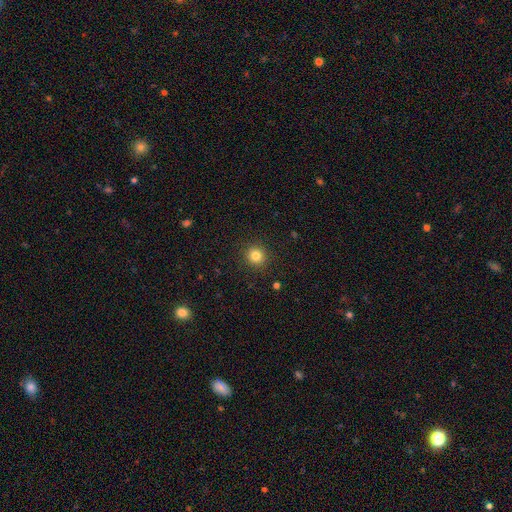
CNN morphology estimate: A smooth galaxy with no disk features (83%) that is round (92%). Merging: none (92%).